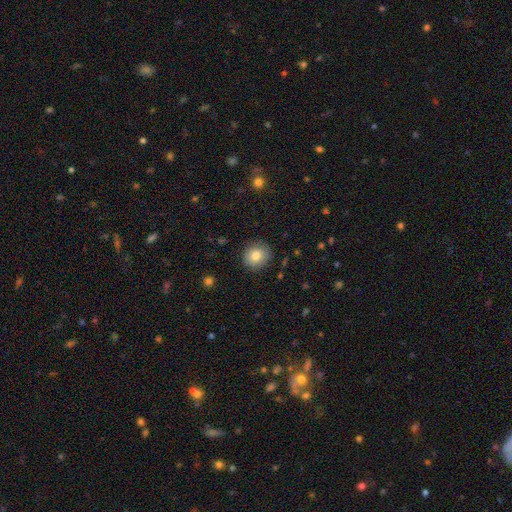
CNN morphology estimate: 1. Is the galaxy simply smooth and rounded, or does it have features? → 81% smooth, 10% featured or disk, 9% star or artifact.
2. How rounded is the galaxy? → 88% round, 11% in between, 1% cigar-shaped.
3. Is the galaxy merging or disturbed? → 87% none, 9% minor disturbance, 2% major disturbance, 1% merger.